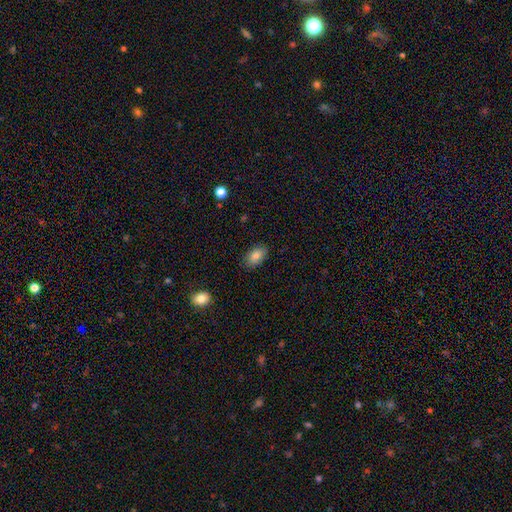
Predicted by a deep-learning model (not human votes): The model was most divided on "merging": none: 85%, minor disturbance: 11%, major disturbance: 2%, merger: 1%. More confident: how rounded — in between (92%); smooth or featured — smooth (84%).